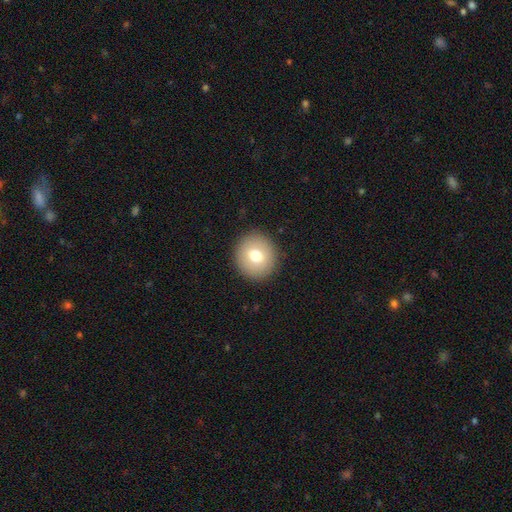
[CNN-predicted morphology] Smooth or featured? Predicted: smooth (p=0.72). How rounded? Predicted: round (p=0.89). Merging? Predicted: none (p=0.91).